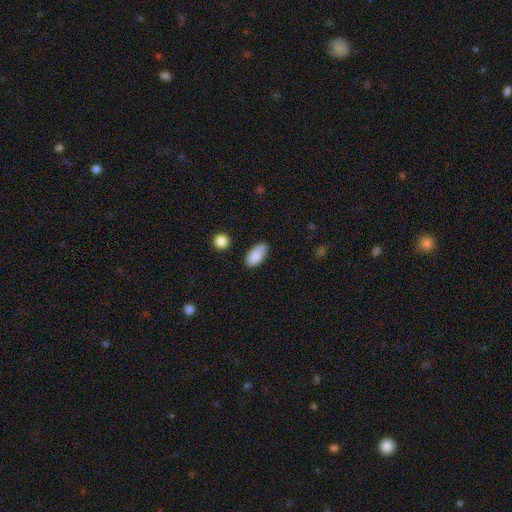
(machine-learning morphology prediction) The model was most divided on "merging": none: 75%, minor disturbance: 19%, major disturbance: 3%, merger: 3%. More confident: how rounded — in between (91%); smooth or featured — smooth (88%).